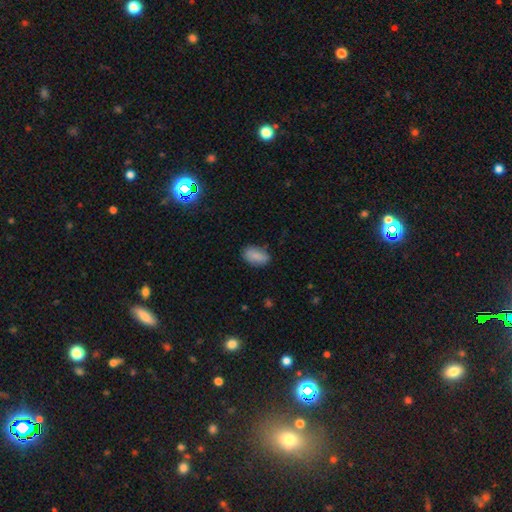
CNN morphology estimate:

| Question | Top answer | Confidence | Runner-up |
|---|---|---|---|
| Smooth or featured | smooth | 87% | star or artifact (7%) |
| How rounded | in between | 91% | round (6%) |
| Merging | none | 77% | minor disturbance (18%) |